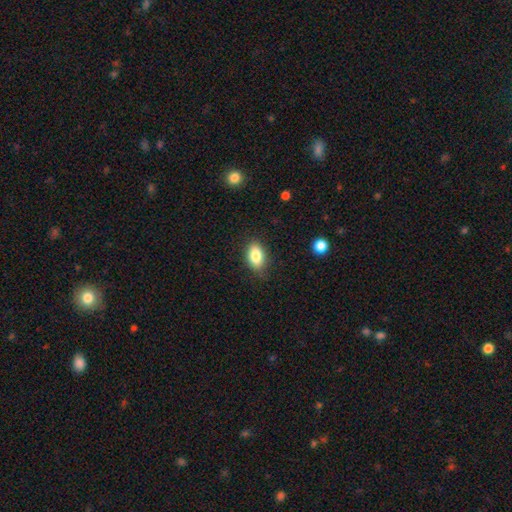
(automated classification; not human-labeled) Smooth or featured? Predicted: smooth (p=0.84). How rounded? Predicted: in between (p=0.88). Merging? Predicted: none (p=0.83).